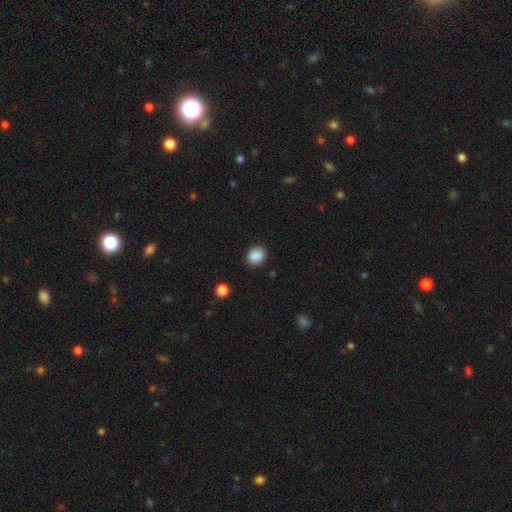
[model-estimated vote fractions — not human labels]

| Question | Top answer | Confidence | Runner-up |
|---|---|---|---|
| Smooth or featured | smooth | 88% | star or artifact (9%) |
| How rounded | round | 71% | in between (28%) |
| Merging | none | 88% | minor disturbance (8%) |